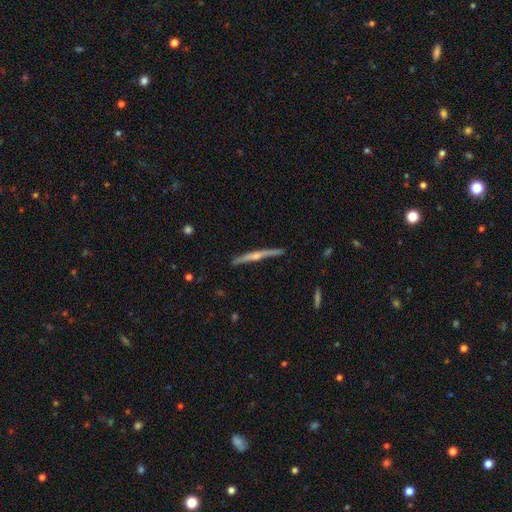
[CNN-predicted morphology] This appears to be a featured or disk galaxy (64%) viewed edge-on (96%) with a rounded central bulge (72%). Merging: none (85%).